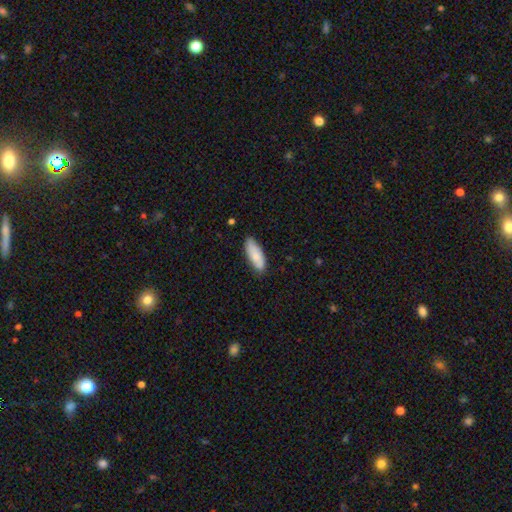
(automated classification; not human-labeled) smooth-or-featured: smooth: 80% | featured or disk: 14% | star or artifact: 6%
  how-rounded: in between: 71% | cigar-shaped: 27% | round: 2%
  merging: none: 79% | minor disturbance: 17% | major disturbance: 2% | merger: 1%